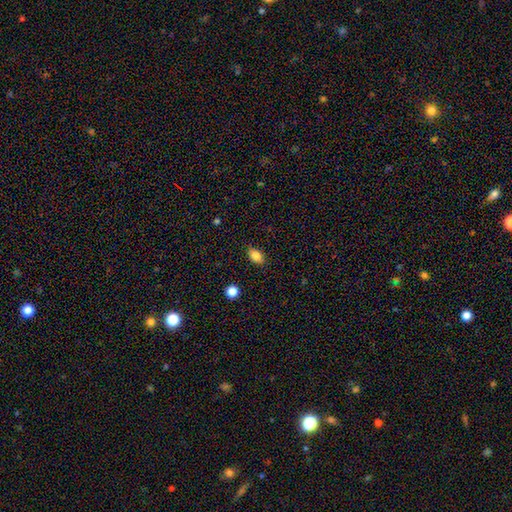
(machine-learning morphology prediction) type=smooth (85%); roundness=in between (86%); merging=none (86%).